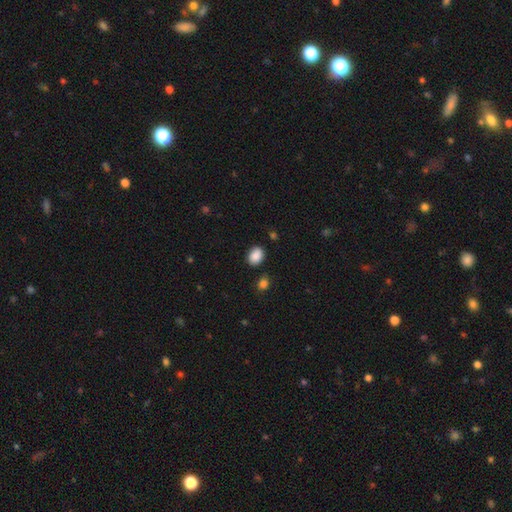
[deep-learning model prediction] Smooth or featured: smooth — 88% (star or artifact — 8%)
How rounded: in between — 65% (round — 34%)
Merging: none — 83% (minor disturbance — 11%)